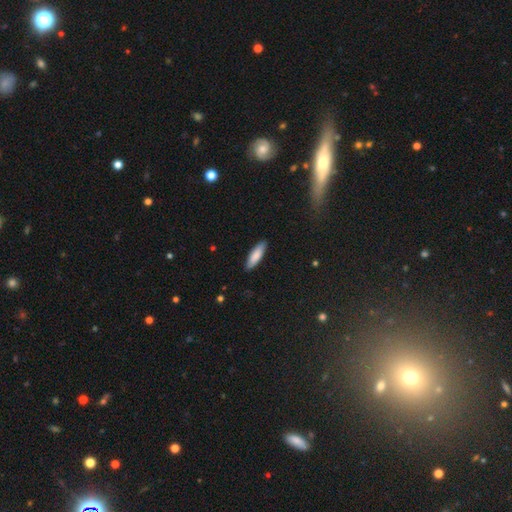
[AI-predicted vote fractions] Overall: smooth (82%). How rounded: cigar-shaped (60%; in between 39%). Merging: none (88%).